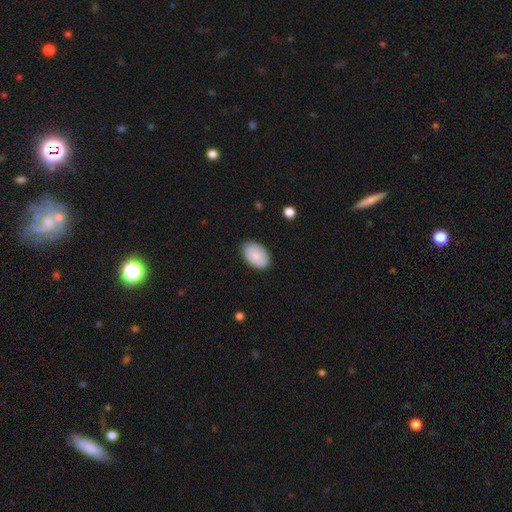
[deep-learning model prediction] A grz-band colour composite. It shows a smooth galaxy with no disk features (88%) that is in between round and cigar-shaped (92%). Merging: none (86%).